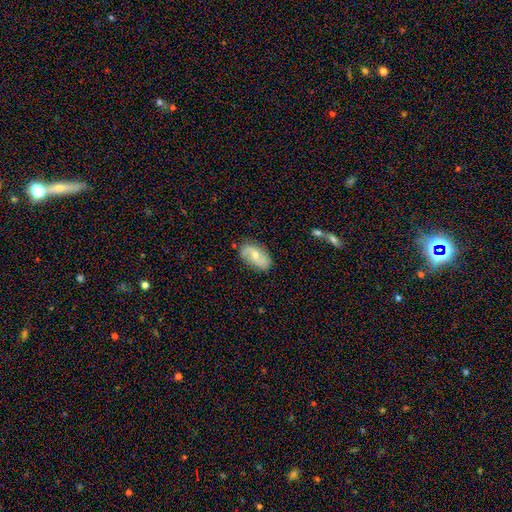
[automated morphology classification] smooth_or_featured: featured or disk (p=0.62) [alt: smooth p=0.31]
disk_edge_on: no (p=0.96) [alt: yes p=0.04]
bar: no (p=0.58) [alt: weak p=0.35]
has_spiral_arms: yes (p=0.89) [alt: no p=0.11]
spiral_winding: loose (p=0.50) [alt: medium p=0.35]
spiral_arm_count: 2 (p=0.84) [alt: can't tell p=0.07]
bulge_size: moderate (p=0.51) [alt: small p=0.42]
merging: none (p=0.77) [alt: minor disturbance p=0.16]